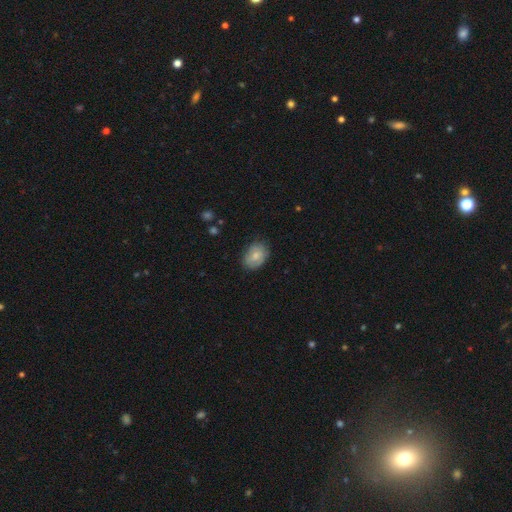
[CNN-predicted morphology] Smooth or featured: smooth — 64% (featured or disk — 29%)
How rounded: in between — 75% (round — 24%)
Merging: none — 76% (minor disturbance — 19%)